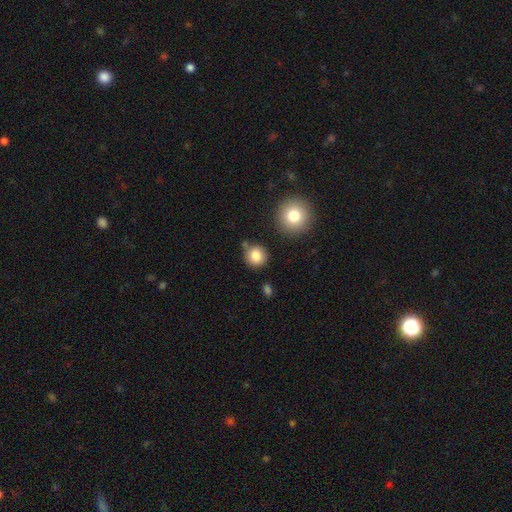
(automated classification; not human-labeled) Smooth or featured? Predicted: smooth (p=0.83). How rounded? Predicted: round (p=0.92). Merging? Predicted: none (p=0.79).